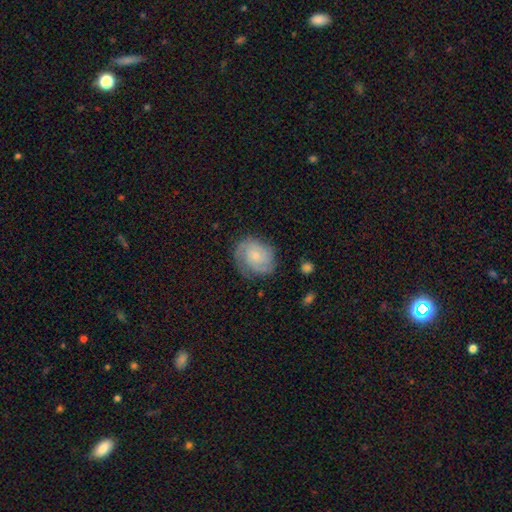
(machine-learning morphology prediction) A featured or disk galaxy (68%) with no bar (76%), 2 (32%) tight (58%) spiral arms (92%) and a small central bulge (68%).

Vote fractions:
- Smooth or featured? featured or disk: 68% / smooth: 25% / star or artifact: 7%
- Edge-on disk? no: 98% / yes: 2%
- Bar? no: 76% / weak: 21% / strong: 3%
- Spiral arms? yes: 92% / no: 8%
- Spiral winding? tight: 58% / medium: 32% / loose: 9%
- Spiral arm count? 2: 32% / can't tell: 30% / 3: 22% / 4: 6% / 1: 6% / more than 4: 4%
- Bulge size? small: 68% / moderate: 24% / none: 6% / large: 2% / dominant: 1%
- Merging? none: 73% / minor disturbance: 19% / major disturbance: 7% / merger: 1%